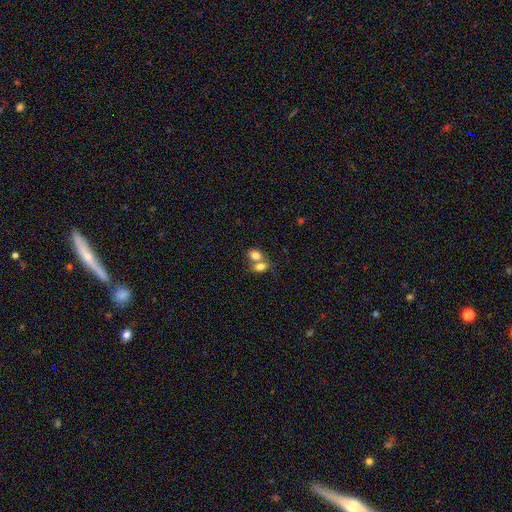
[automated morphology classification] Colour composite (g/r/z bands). It shows a smooth galaxy with no disk features (79%) that is in between round and cigar-shaped (66%). Merging: merger (61%).